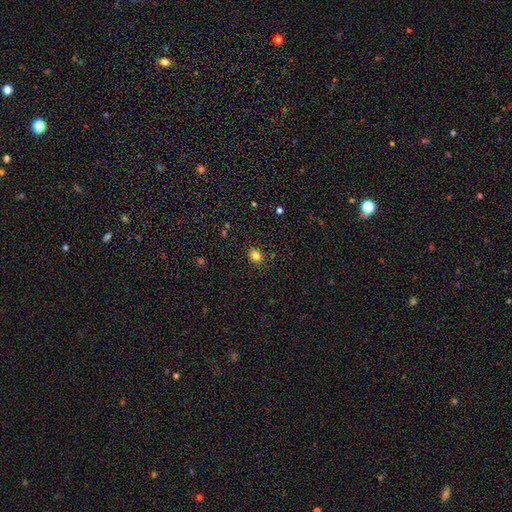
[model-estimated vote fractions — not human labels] Overall: smooth (81%). How rounded: round (73%). Merging: none (86%).